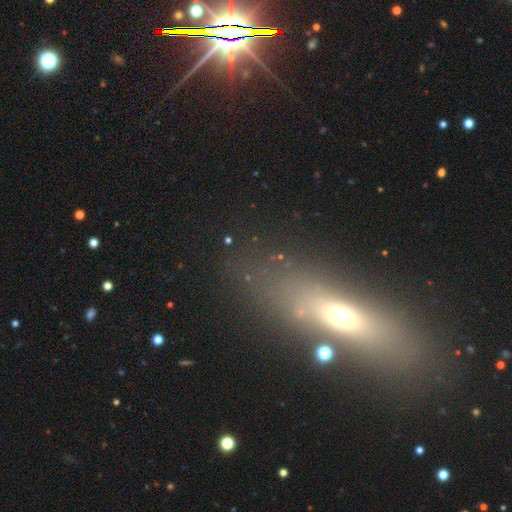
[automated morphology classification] type=smooth (41%); merging=none (74%).